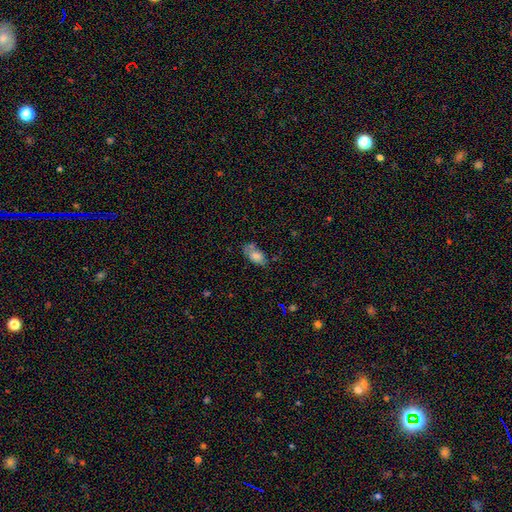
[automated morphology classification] This is likely a smooth galaxy (74%). How rounded: clearly in between (90%). Merging: possibly none (49%).